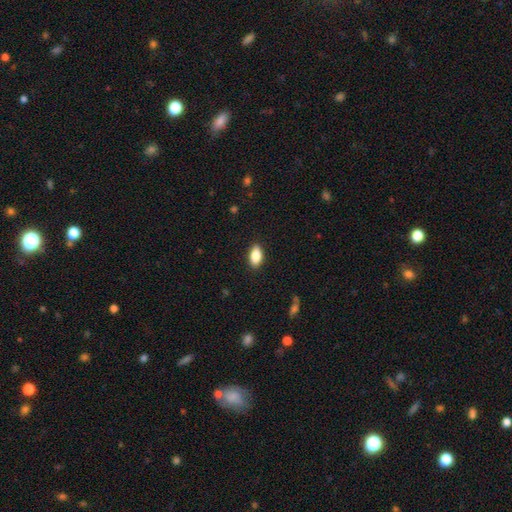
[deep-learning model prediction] A smooth galaxy with no disk features (86%) that is in between round and cigar-shaped (91%). Merging: none (89%).